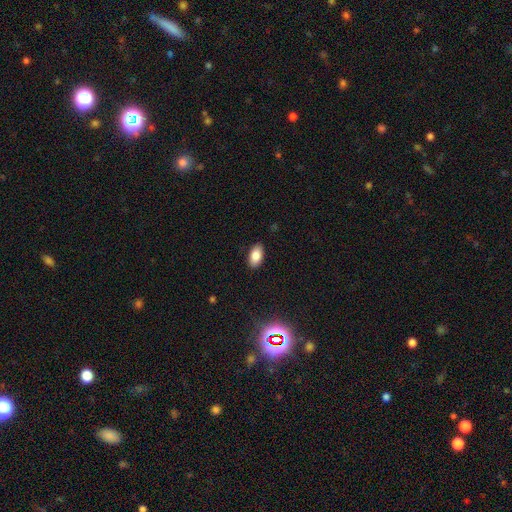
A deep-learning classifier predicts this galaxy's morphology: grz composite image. It shows a smooth galaxy with no disk features (85%) that is in between round and cigar-shaped (94%). Merging: none (88%).